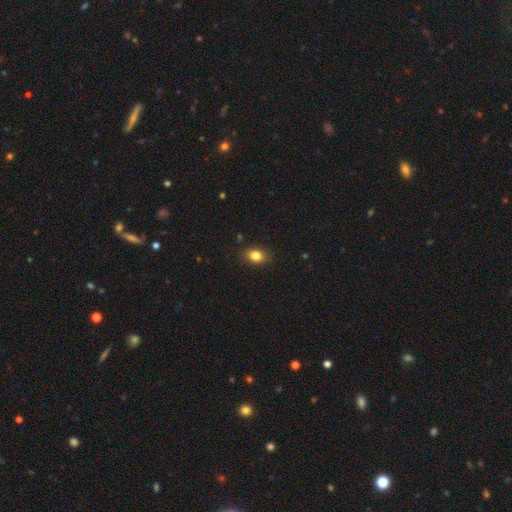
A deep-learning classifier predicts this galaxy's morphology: A smooth galaxy with no disk features (83%) that is in between round and cigar-shaped (70%). Merging: none (85%).